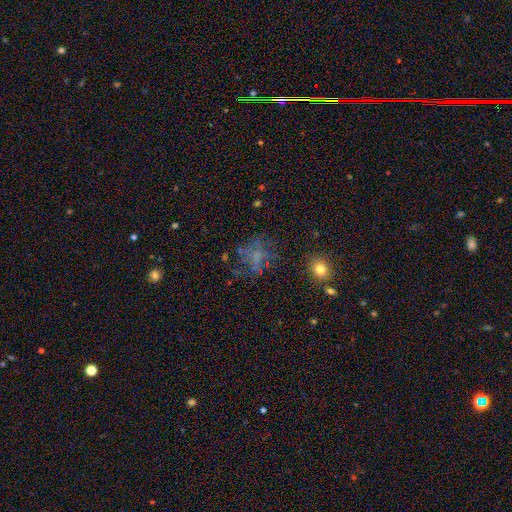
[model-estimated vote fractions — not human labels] smooth 39%, featured or disk 31%, star or artifact 30%. Down the decision tree: merging — none (57%).